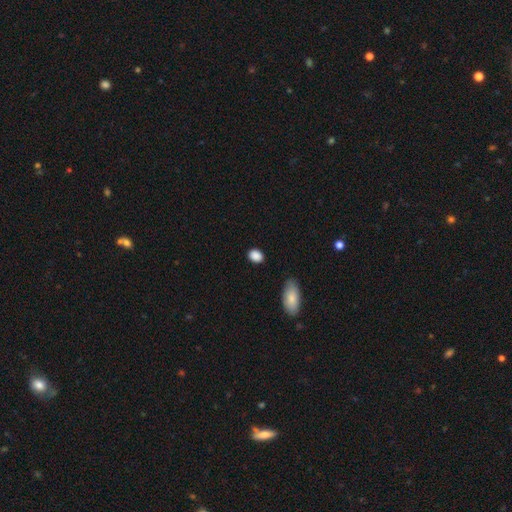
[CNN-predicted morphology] A smooth galaxy with no disk features (89%) that is in between round and cigar-shaped (68%). Merging: none (85%).